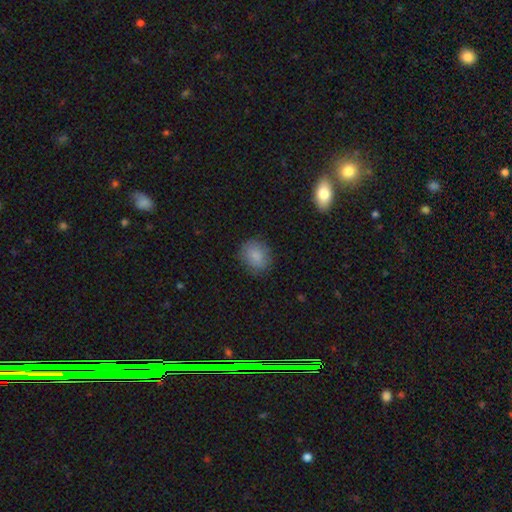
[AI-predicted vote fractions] smooth_or_featured: smooth (p=0.85) [alt: star or artifact p=0.08]
how_rounded: round (p=0.66) [alt: in between p=0.33]
merging: none (p=0.83) [alt: minor disturbance p=0.13]